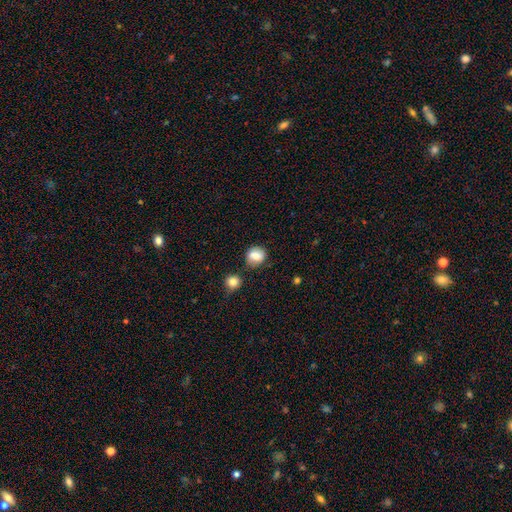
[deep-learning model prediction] Smooth or featured: smooth — 78% (featured or disk — 12%)
How rounded: round — 74% (in between — 24%)
Merging: none — 71% (minor disturbance — 17%)